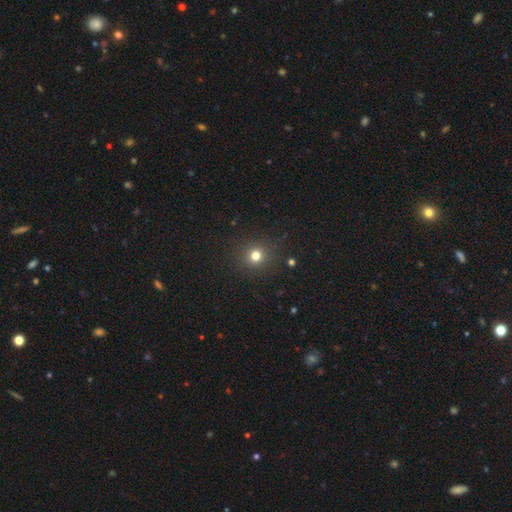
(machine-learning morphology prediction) Smooth or featured? Predicted: smooth (p=0.76). How rounded? Predicted: round (p=0.91). Merging? Predicted: none (p=0.89).